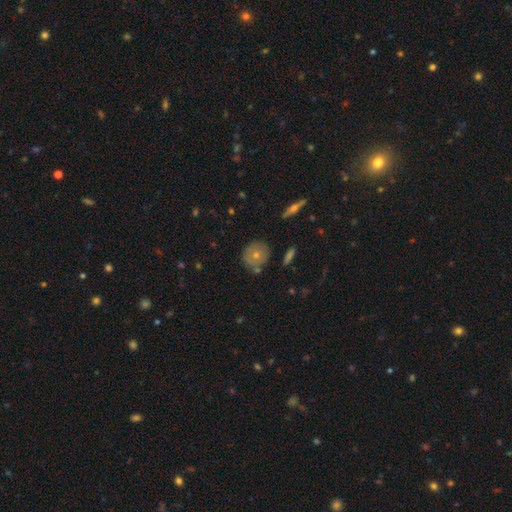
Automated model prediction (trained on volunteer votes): Morphology: type=smooth (61%); roundness=round (86%); merging=none (73%).